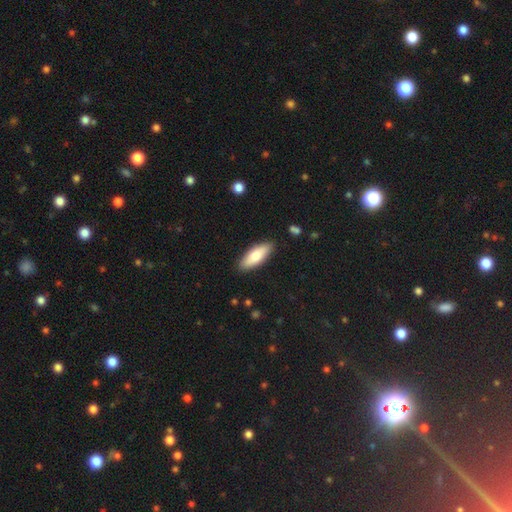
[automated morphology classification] This is likely a smooth galaxy (74%). How rounded: likely in between (67%). Merging: clearly none (87%).